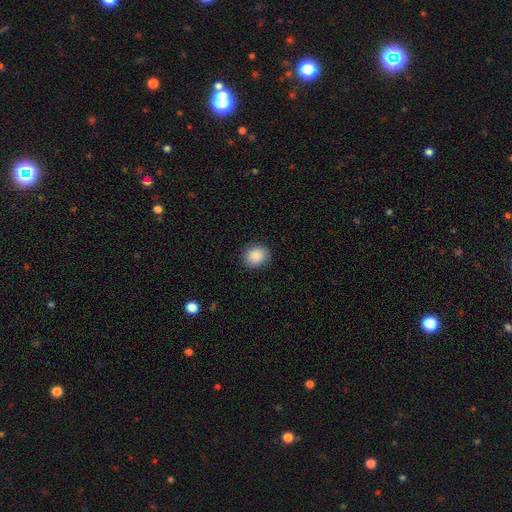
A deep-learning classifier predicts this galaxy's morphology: Smooth or featured? Predicted: smooth (p=0.88). How rounded? Predicted: round (p=0.65). Merging? Predicted: none (p=0.89).